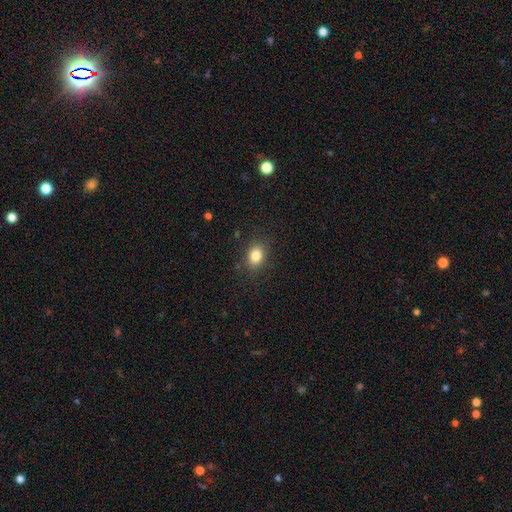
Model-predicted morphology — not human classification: Smooth or featured: smooth — 83% (star or artifact — 10%)
How rounded: in between — 64% (round — 35%)
Merging: none — 85% (minor disturbance — 10%)